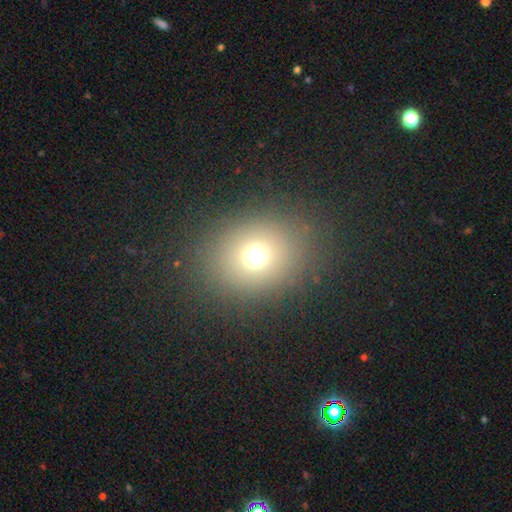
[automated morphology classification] A smooth galaxy with no disk features (68%) that is round (70%). Merging: none (83%).